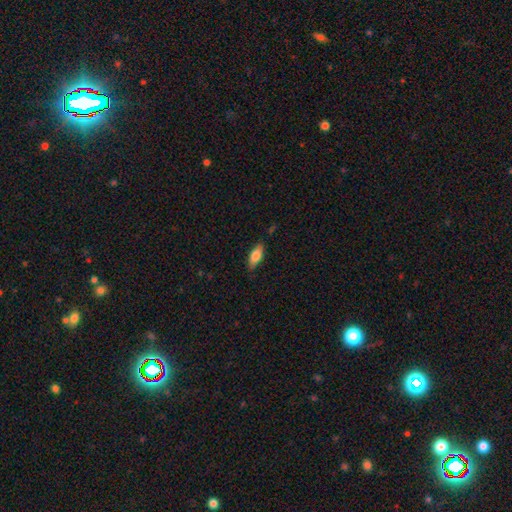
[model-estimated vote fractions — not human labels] Smooth or featured? smooth (78%)
How rounded? in between (79%)
Merging? none (79%)